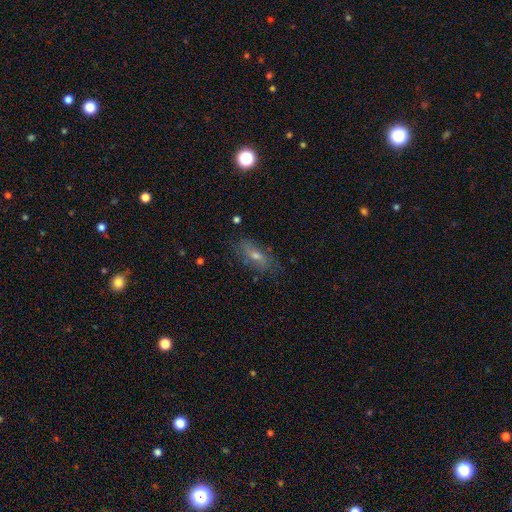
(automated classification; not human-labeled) A smooth galaxy with no disk features (43%, tied with featured or disk). Merging: none (77%).